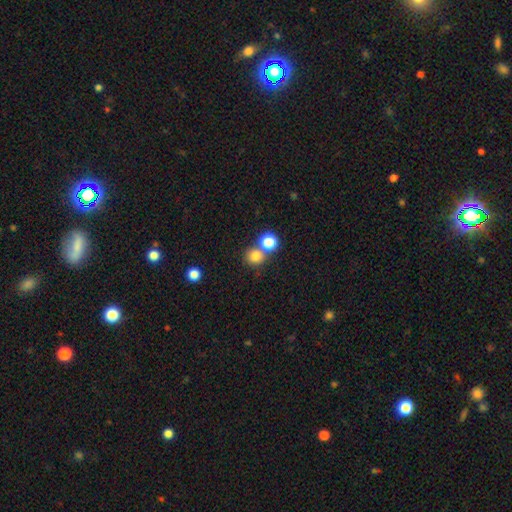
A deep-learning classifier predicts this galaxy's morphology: Q: Smooth or featured?
A: smooth (80%); runner-up: star or artifact (13%)
Q: How rounded?
A: round (89%); runner-up: in between (10%)
Q: Merging?
A: none (59%); runner-up: merger (31%)